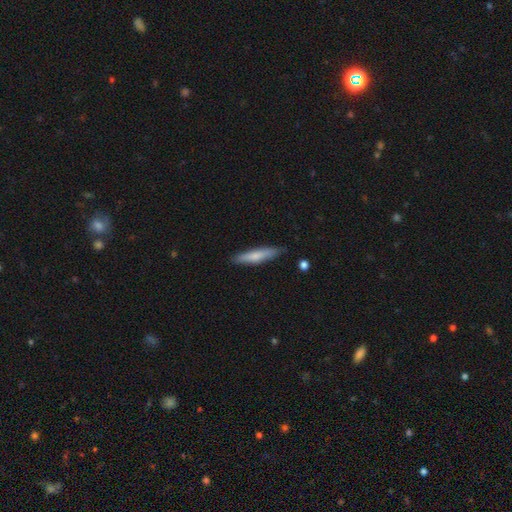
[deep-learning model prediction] Smooth or featured: smooth — 70% (featured or disk — 24%)
How rounded: cigar-shaped — 88% (in between — 11%)
Merging: none — 85% (minor disturbance — 11%)